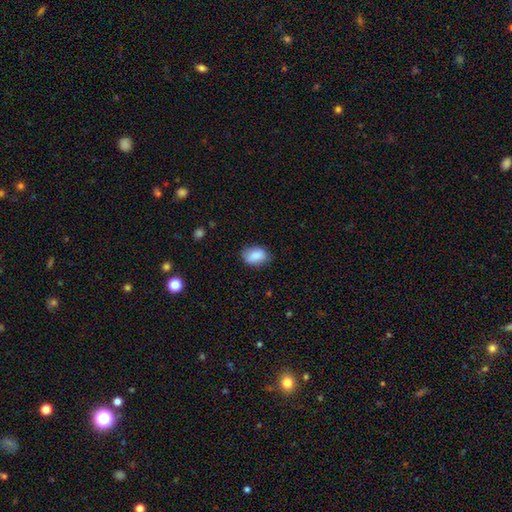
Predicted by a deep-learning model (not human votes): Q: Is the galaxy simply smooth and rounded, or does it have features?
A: smooth — 85%.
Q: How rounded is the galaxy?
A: in between — 79%.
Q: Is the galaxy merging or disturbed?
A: none — 77%.